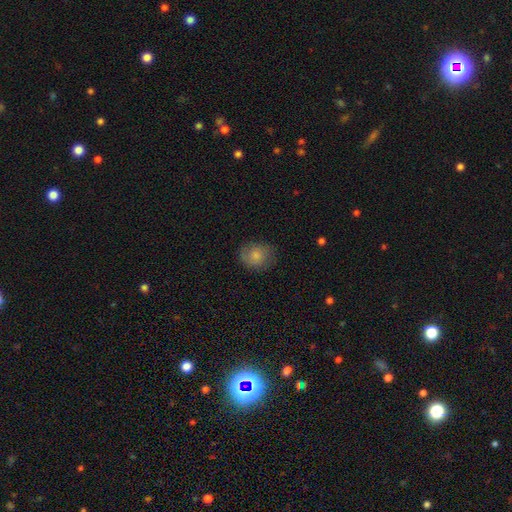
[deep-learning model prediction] A smooth galaxy with no disk features (76%) that is round (65%).

Vote fractions:
- Smooth or featured? smooth: 76% / featured or disk: 15% / star or artifact: 8%
- How rounded? round: 65% / in between: 34% / cigar-shaped: 1%
- Merging? none: 72% / minor disturbance: 20% / major disturbance: 7% / merger: 1%